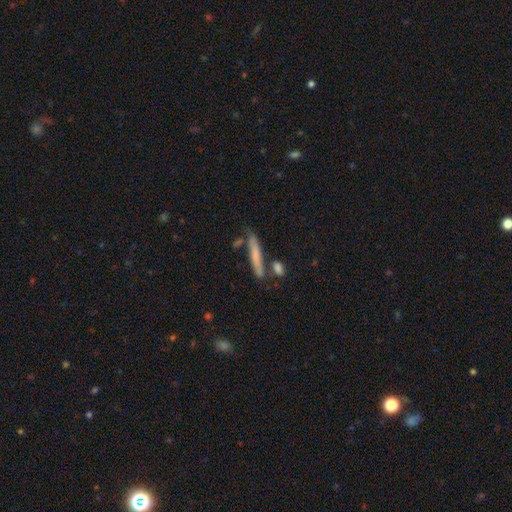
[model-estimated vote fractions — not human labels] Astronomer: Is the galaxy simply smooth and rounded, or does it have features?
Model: smooth — 60%.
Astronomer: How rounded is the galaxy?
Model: cigar-shaped — 93%.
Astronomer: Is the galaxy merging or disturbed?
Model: none — 72%.